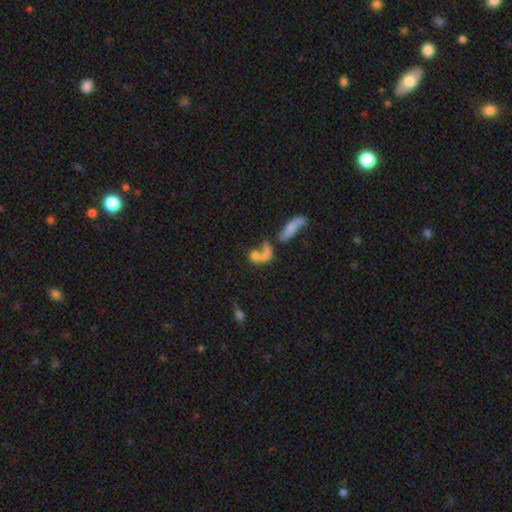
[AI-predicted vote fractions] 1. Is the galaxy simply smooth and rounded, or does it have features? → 62% smooth, 22% featured or disk, 15% star or artifact.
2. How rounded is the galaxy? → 48% in between, 43% round, 9% cigar-shaped.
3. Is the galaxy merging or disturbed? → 57% merger, 22% none, 12% major disturbance, 8% minor disturbance.